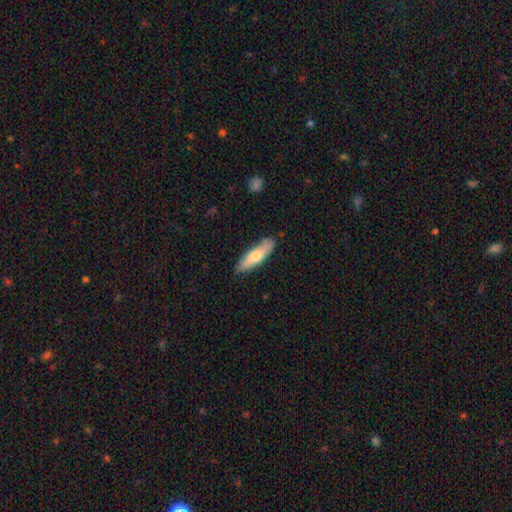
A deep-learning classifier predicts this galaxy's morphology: Q: Smooth or featured?
A: smooth (67%); runner-up: featured or disk (27%)
Q: How rounded?
A: cigar-shaped (63%); runner-up: in between (35%)
Q: Merging?
A: none (84%); runner-up: minor disturbance (13%)